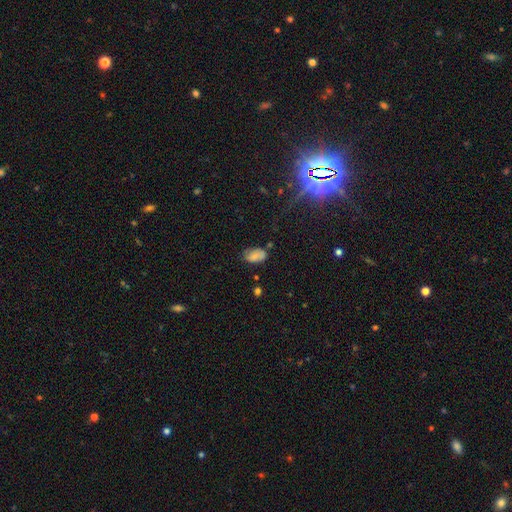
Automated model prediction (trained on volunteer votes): Smooth or featured? smooth (76%)
How rounded? in between (91%)
Merging? none (61%)